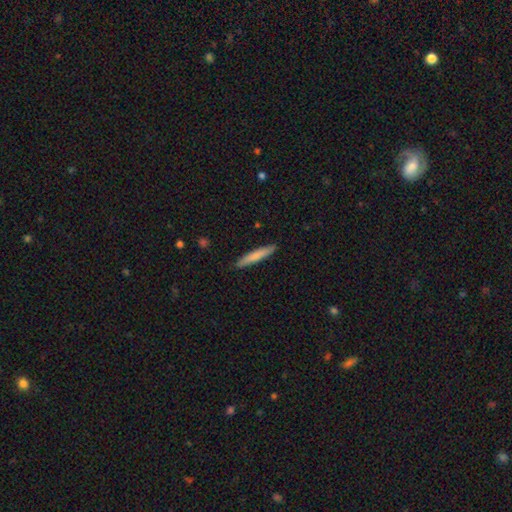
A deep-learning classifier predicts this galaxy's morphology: Overall: smooth (77%). How rounded: cigar-shaped (94%). Merging: none (90%).